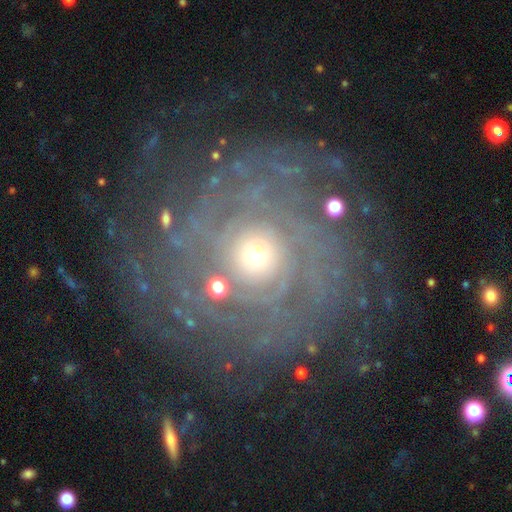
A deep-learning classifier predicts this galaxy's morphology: The model was most divided on "bulge size": small: 39%, moderate: 38%, large: 16%, none: 3%, dominant: 3%. Remaining: edge-on disk — no (97%); spiral arms — yes (91%); smooth or featured — featured or disk (80%); bar — no (79%); spiral winding — tight (75%); merging — none (72%); spiral arm count — can't tell (32%).